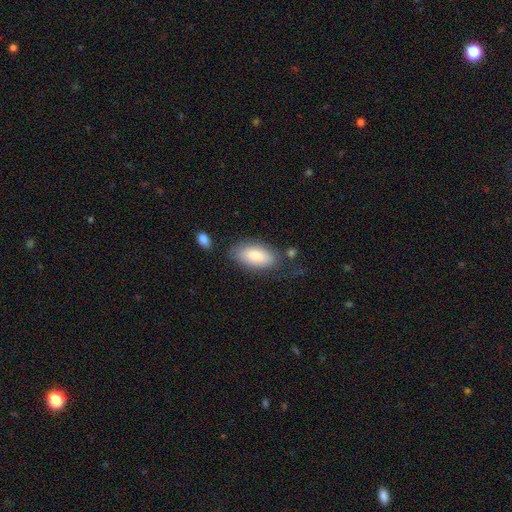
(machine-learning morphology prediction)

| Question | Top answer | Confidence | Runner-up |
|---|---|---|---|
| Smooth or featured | smooth | 84% | featured or disk (11%) |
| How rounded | in between | 92% | cigar-shaped (5%) |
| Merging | none | 67% | minor disturbance (19%) |